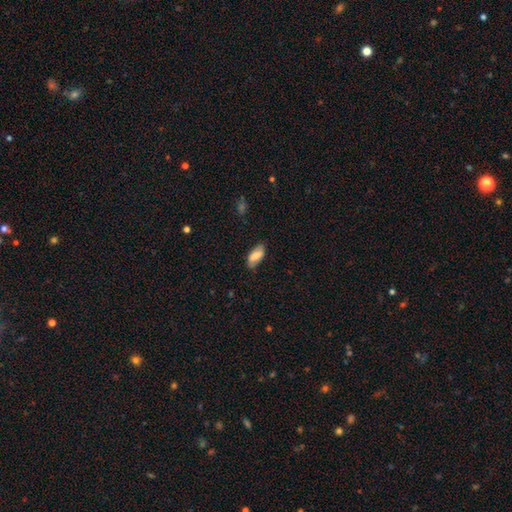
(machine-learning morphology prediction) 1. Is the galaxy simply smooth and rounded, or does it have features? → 70% smooth, 23% featured or disk, 7% star or artifact.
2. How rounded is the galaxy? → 88% in between, 10% cigar-shaped, 3% round.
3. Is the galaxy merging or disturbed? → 72% none, 22% minor disturbance, 5% major disturbance, 2% merger.